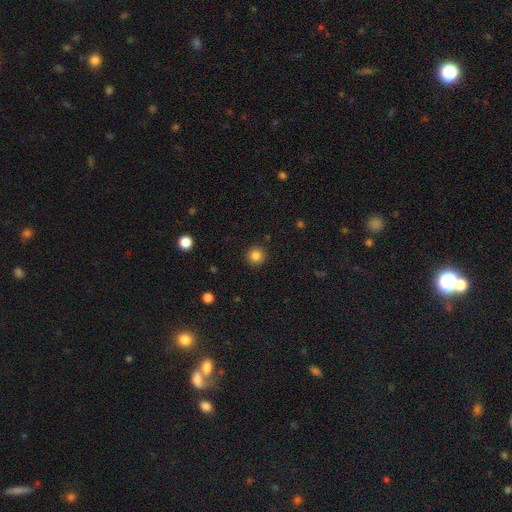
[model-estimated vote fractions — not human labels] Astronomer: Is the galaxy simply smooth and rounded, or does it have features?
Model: smooth — 84%.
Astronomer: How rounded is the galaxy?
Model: round — 95%.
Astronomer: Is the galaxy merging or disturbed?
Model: none — 92%.